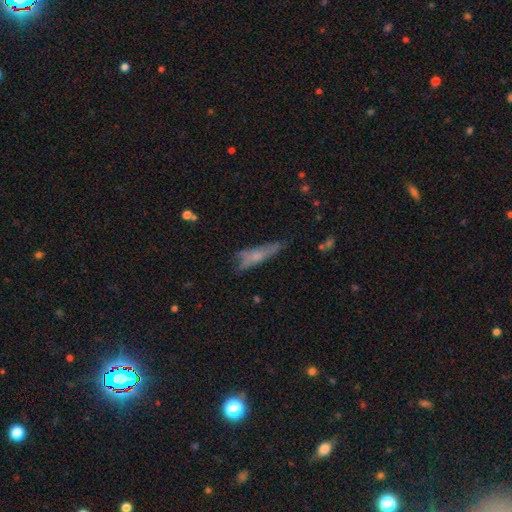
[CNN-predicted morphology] Smooth or featured? Predicted: smooth (p=0.53). How rounded? Predicted: cigar-shaped (p=0.73). Merging? Predicted: none (p=0.50).